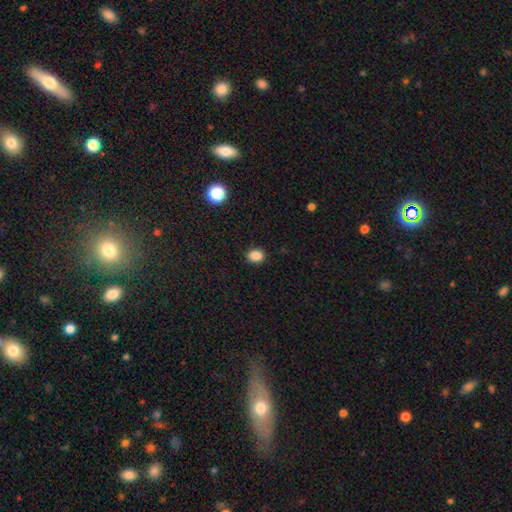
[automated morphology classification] Smooth or featured?
  - smooth: 87% *
  - star or artifact: 10%
  - featured or disk: 3%
How rounded?
  - in between: 51% *
  - round: 48%
  - cigar-shaped: 1%
Merging?
  - none: 89% *
  - minor disturbance: 8%
  - major disturbance: 2%
  - merger: 1%